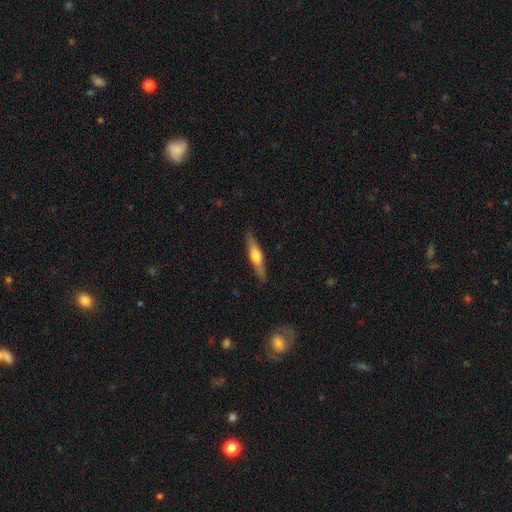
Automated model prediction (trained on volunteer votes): Smooth or featured: featured or disk — 63% (smooth — 32%)
Edge-on disk: yes — 96% (no — 4%)
Edge-on bulge: rounded — 94% (boxy — 4%)
Merging: none — 90% (minor disturbance — 7%)